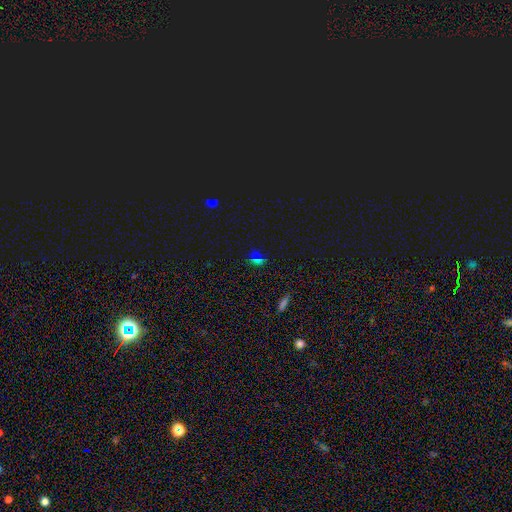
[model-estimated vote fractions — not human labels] A star or artifact, not a galaxy (47%).

Vote fractions:
- Smooth or featured? star or artifact: 47% / smooth: 44% / featured or disk: 9%